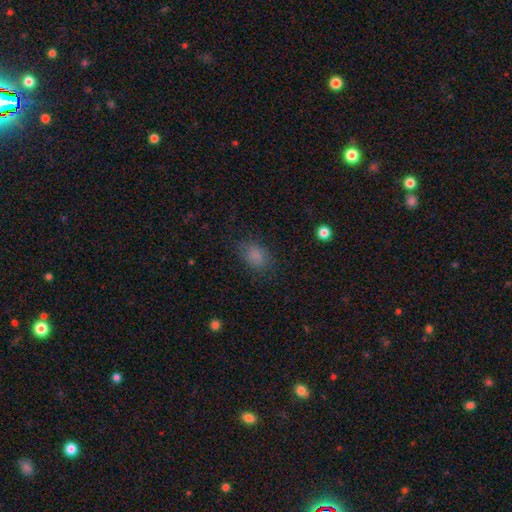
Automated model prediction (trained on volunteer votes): Smooth or featured?
  - smooth: 81% *
  - star or artifact: 12%
  - featured or disk: 7%
How rounded?
  - in between: 74% *
  - round: 25%
  - cigar-shaped: 1%
Merging?
  - none: 76% *
  - minor disturbance: 17%
  - major disturbance: 6%
  - merger: 1%